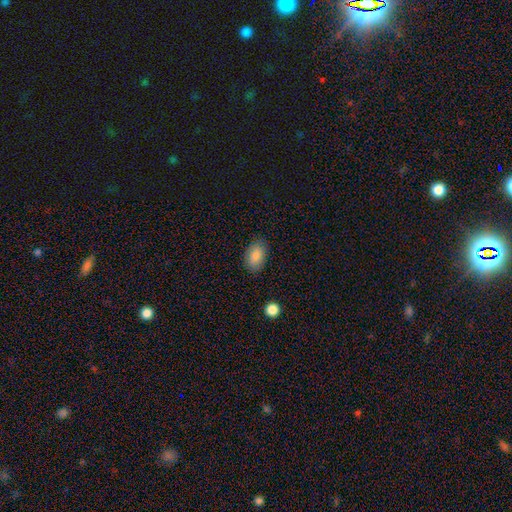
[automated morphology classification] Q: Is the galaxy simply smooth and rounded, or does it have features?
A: smooth — 86%.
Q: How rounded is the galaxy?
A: in between — 91%.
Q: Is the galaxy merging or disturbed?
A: none — 84%.